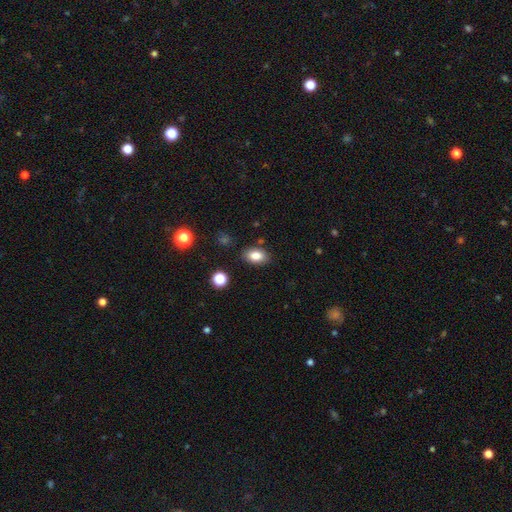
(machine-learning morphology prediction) Smooth or featured: smooth — 83% (star or artifact — 9%)
How rounded: in between — 87% (round — 11%)
Merging: none — 84% (minor disturbance — 11%)